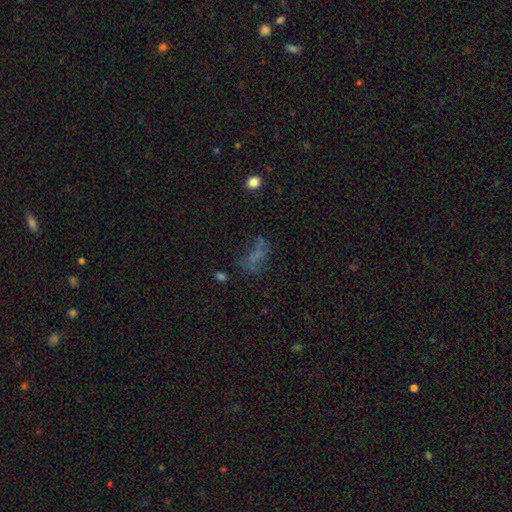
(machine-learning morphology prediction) A smooth galaxy with no disk features (49%).

Vote fractions:
- Smooth or featured? smooth: 49% / featured or disk: 26% / star or artifact: 25%
- Merging? none: 43% / major disturbance: 27% / minor disturbance: 21% / merger: 8%